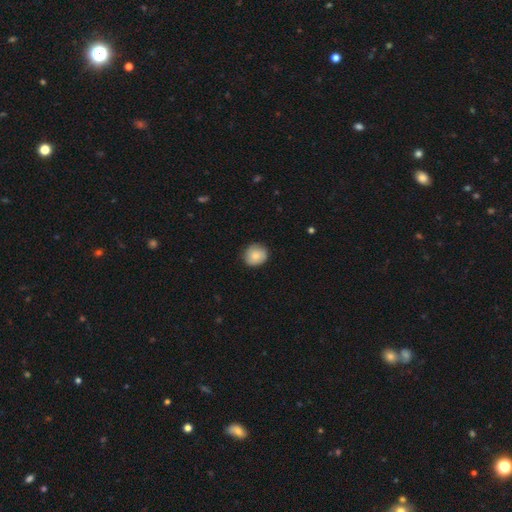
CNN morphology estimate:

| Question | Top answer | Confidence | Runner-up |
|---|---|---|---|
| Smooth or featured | smooth | 82% | featured or disk (11%) |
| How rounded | round | 85% | in between (14%) |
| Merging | none | 86% | minor disturbance (11%) |